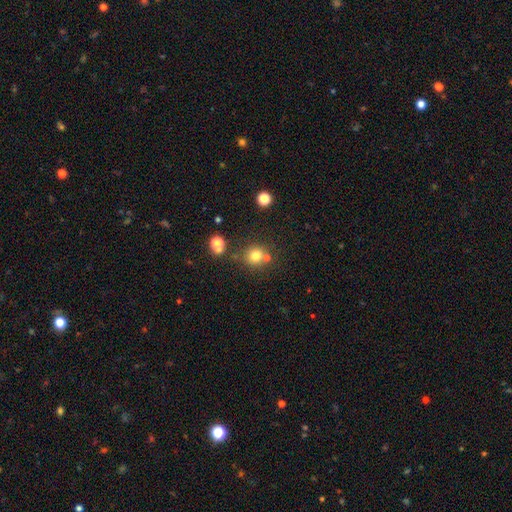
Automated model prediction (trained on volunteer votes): smooth_or_featured: smooth (p=0.75) [alt: star or artifact p=0.16]
how_rounded: round (p=0.88) [alt: in between p=0.11]
merging: none (p=0.68) [alt: merger p=0.18]